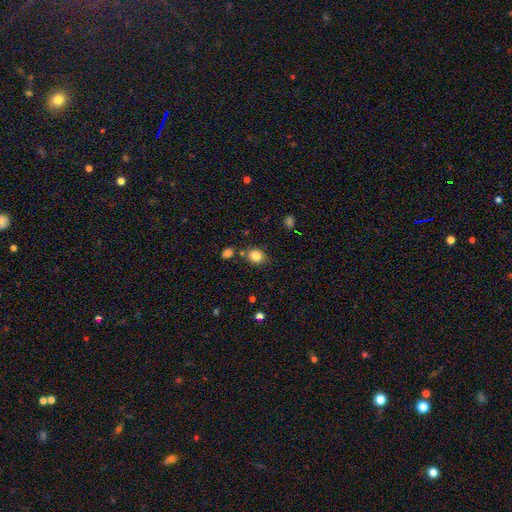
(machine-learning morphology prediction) Smooth or featured?
  - smooth: 84% *
  - star or artifact: 10%
  - featured or disk: 5%
How rounded?
  - round: 52% *
  - in between: 47%
  - cigar-shaped: 1%
Merging?
  - none: 73% *
  - minor disturbance: 13%
  - merger: 10%
  - major disturbance: 4%